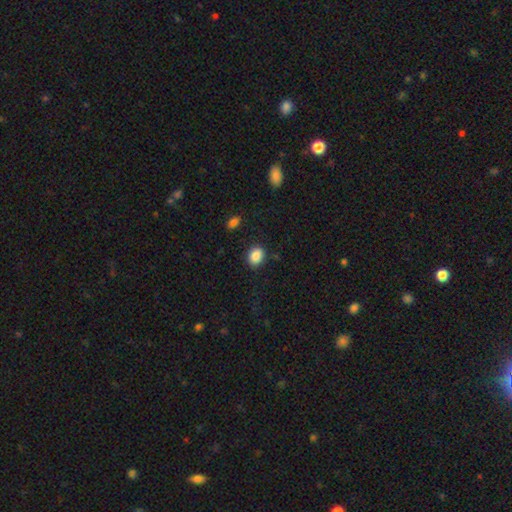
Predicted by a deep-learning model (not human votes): The model was most divided on "how rounded": in between: 63%, round: 36%, cigar-shaped: 1%. More confident: smooth or featured — smooth (88%); merging — none (85%).